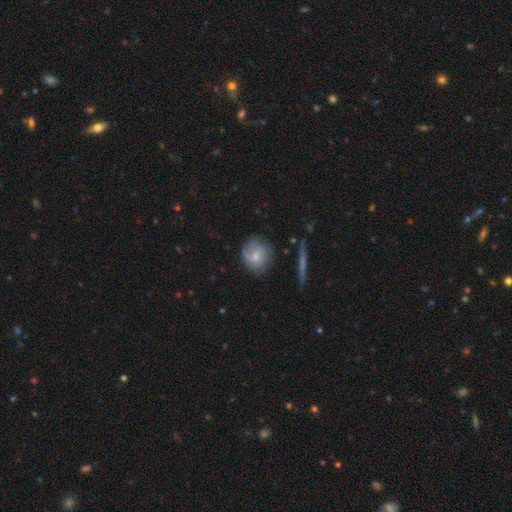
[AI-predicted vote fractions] Morphology: type=smooth (52%); roundness=round (78%); merging=none (67%).